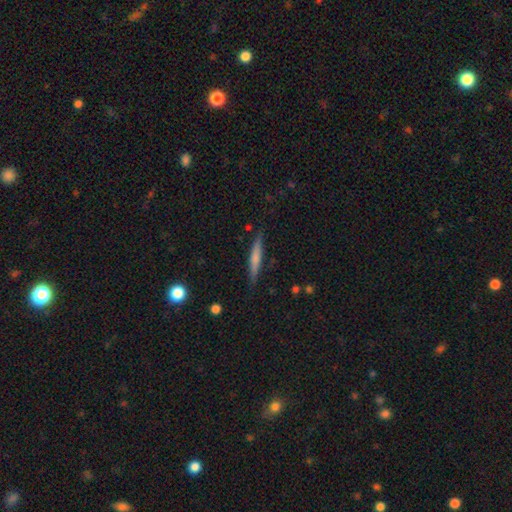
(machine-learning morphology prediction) Overall: smooth (52%; featured or disk 41%). How rounded: cigar-shaped (93%). Merging: none (87%).